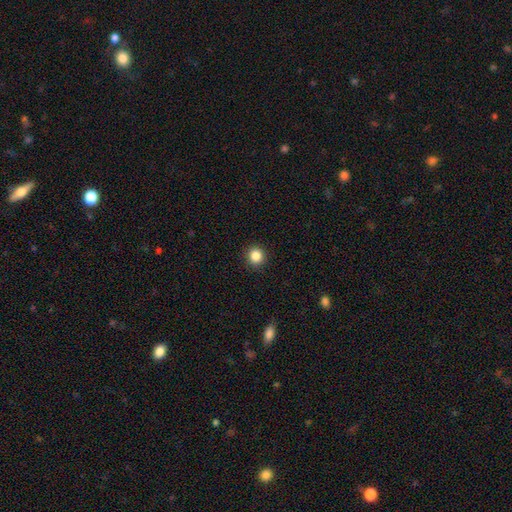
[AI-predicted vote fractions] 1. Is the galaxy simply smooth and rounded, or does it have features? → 86% smooth, 11% star or artifact, 4% featured or disk.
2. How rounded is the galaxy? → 93% round, 6% in between, 1% cigar-shaped.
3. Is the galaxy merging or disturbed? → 92% none, 5% minor disturbance, 2% major disturbance, 1% merger.